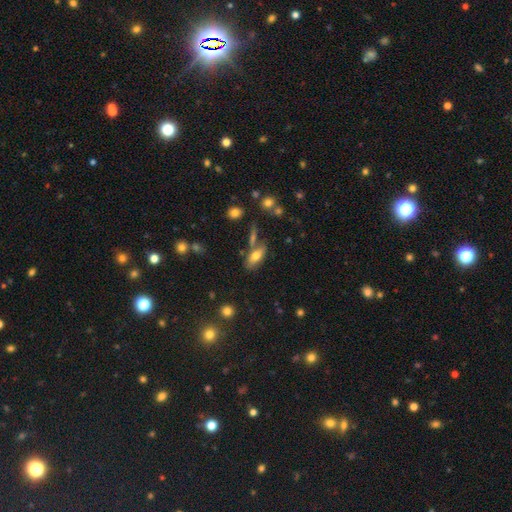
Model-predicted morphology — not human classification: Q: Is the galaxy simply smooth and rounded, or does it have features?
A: smooth — 69%.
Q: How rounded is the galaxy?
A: in between — 80%.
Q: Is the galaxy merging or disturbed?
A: none — 61%.